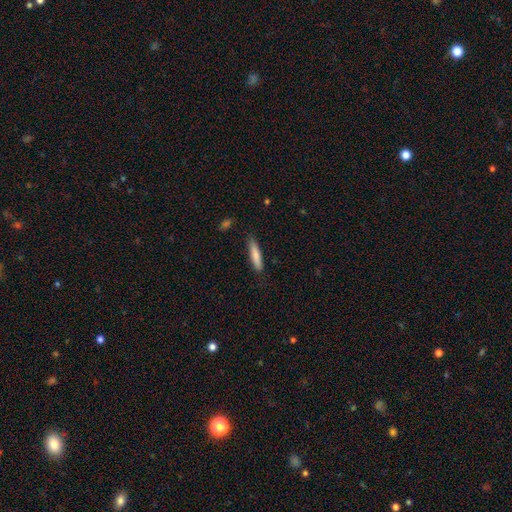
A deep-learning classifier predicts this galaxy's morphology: Smooth or featured? Predicted: smooth (p=0.80). How rounded? Predicted: cigar-shaped (p=0.85). Merging? Predicted: none (p=0.83).